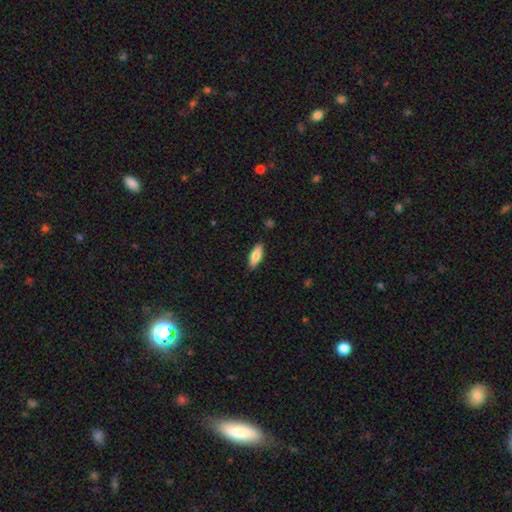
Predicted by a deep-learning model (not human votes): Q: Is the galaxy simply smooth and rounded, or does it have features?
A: smooth — 79%.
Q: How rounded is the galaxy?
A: in between — 72%.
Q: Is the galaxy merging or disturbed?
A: none — 86%.